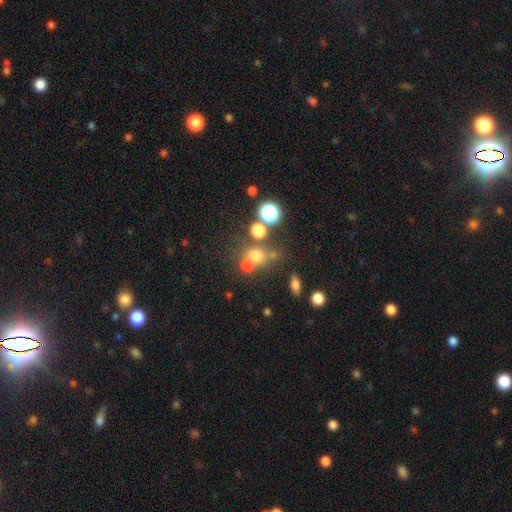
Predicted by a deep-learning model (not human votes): A smooth galaxy with no disk features (65%) that is round (82%).

Vote fractions:
- Smooth or featured? smooth: 65% / star or artifact: 22% / featured or disk: 13%
- How rounded? round: 82% / in between: 17% / cigar-shaped: 1%
- Merging? none: 54% / merger: 31% / minor disturbance: 10% / major disturbance: 5%